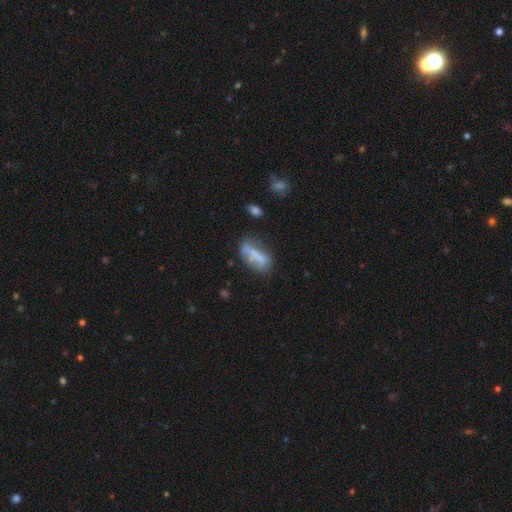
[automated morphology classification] The model was most divided on "merging": none: 42%, minor disturbance: 28%, major disturbance: 20%, merger: 10%. More confident: how rounded — in between (70%); smooth or featured — smooth (55%).